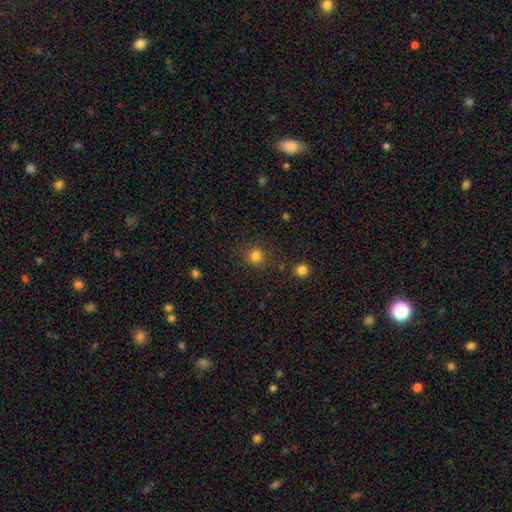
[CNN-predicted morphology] Smooth or featured?
  - smooth: 82% *
  - star or artifact: 14%
  - featured or disk: 4%
How rounded?
  - round: 90% *
  - in between: 9%
  - cigar-shaped: 1%
Merging?
  - none: 84% *
  - minor disturbance: 9%
  - major disturbance: 4%
  - merger: 3%